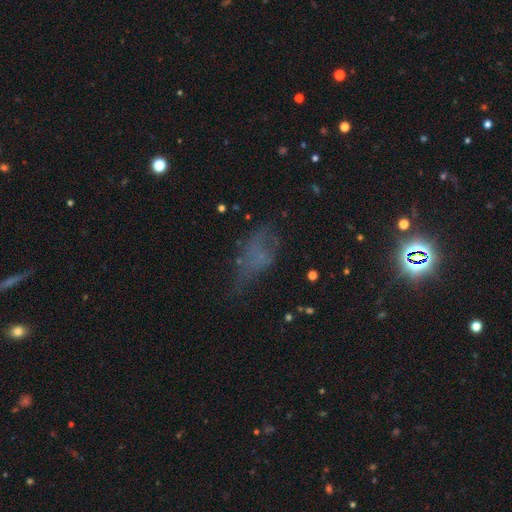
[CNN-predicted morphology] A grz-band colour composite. It shows a smooth galaxy with no disk features (43%). Merging: none (44%).